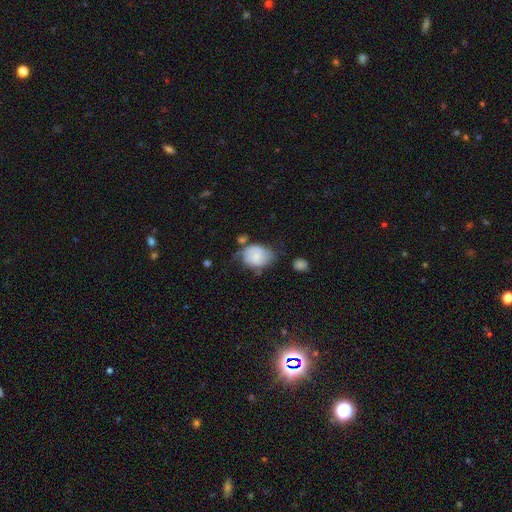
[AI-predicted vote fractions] A smooth galaxy with no disk features (62%) that is in between round and cigar-shaped (54%).

Vote fractions:
- Smooth or featured? smooth: 62% / featured or disk: 30% / star or artifact: 8%
- How rounded? in between: 54% / round: 45% / cigar-shaped: 1%
- Merging? none: 38% / minor disturbance: 35% / major disturbance: 17% / merger: 9%